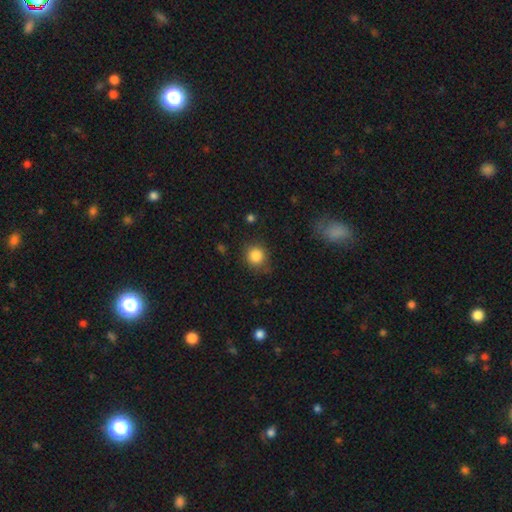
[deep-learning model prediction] This appears to be a smooth galaxy with no disk features (85%) that is round (86%). Merging: none (81%).